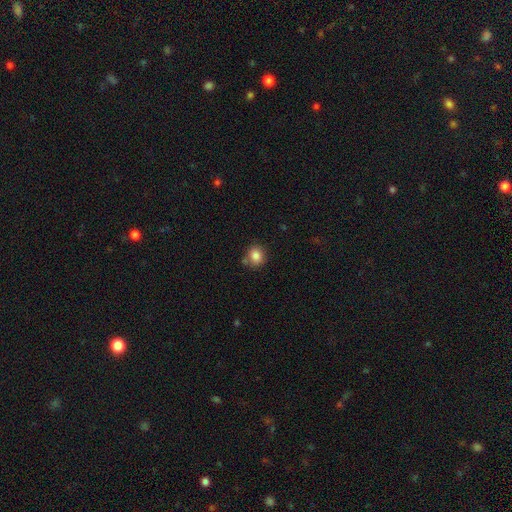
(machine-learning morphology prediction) The model was most divided on "how rounded": round: 80%, in between: 19%, cigar-shaped: 1%. More confident: smooth or featured — smooth (84%); merging — none (74%).